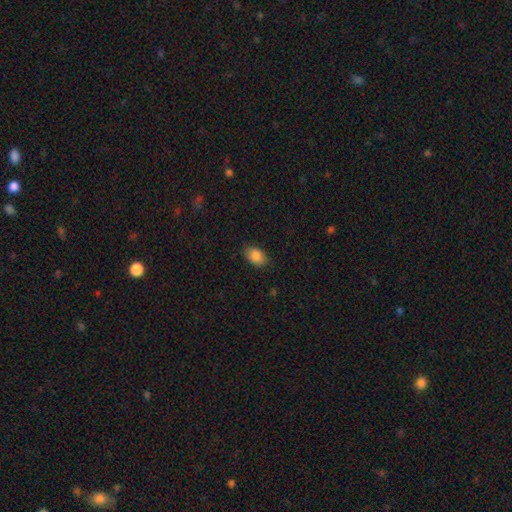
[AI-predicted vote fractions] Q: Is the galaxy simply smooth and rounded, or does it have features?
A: smooth — 87%.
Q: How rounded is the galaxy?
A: in between — 88%.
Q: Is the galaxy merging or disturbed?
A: none — 85%.